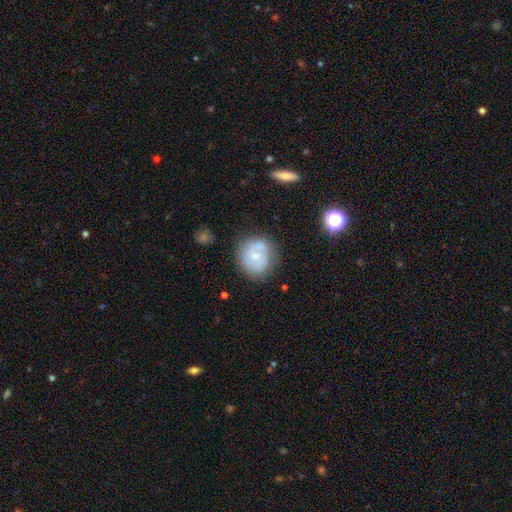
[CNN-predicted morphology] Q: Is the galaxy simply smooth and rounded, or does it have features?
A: featured or disk — 47%.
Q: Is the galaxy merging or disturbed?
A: none — 73%.